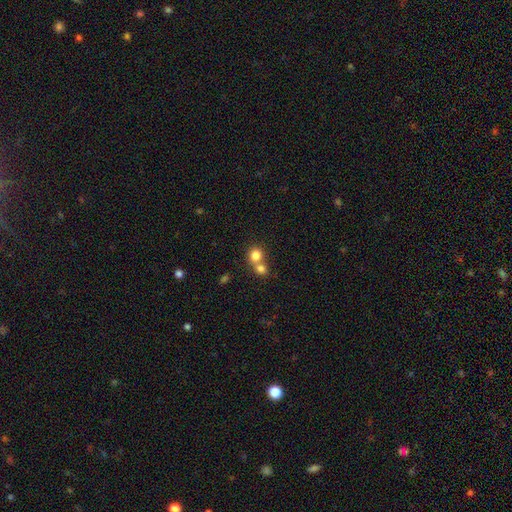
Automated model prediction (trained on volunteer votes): Smooth or featured? smooth (80%)
How rounded? round (81%)
Merging? merger (54%)